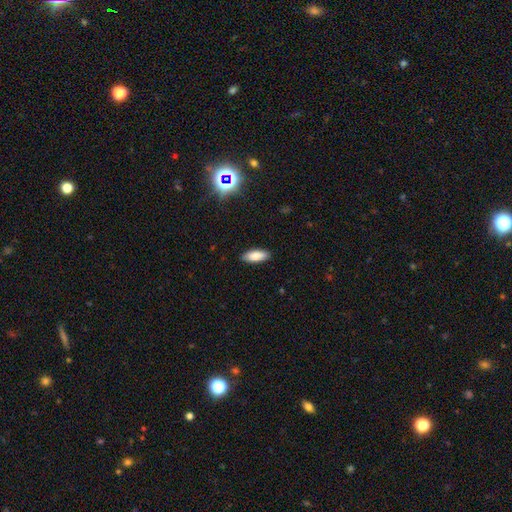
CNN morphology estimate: Overall: smooth (84%). How rounded: in between (79%). Merging: none (89%).